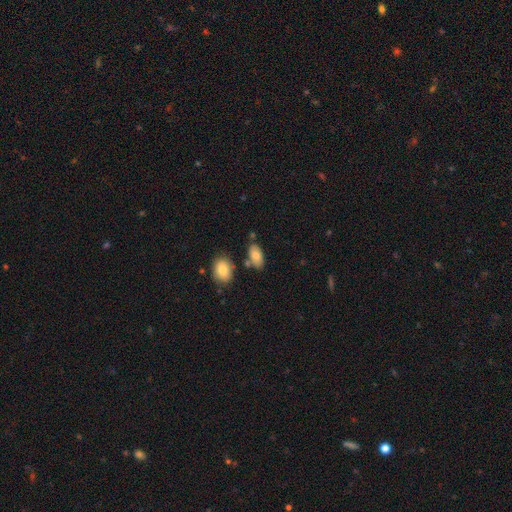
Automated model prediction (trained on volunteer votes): smooth_or_featured: smooth (p=0.80) [alt: featured or disk p=0.13]
how_rounded: in between (p=0.92) [alt: round p=0.04]
merging: none (p=0.70) [alt: minor disturbance p=0.15]